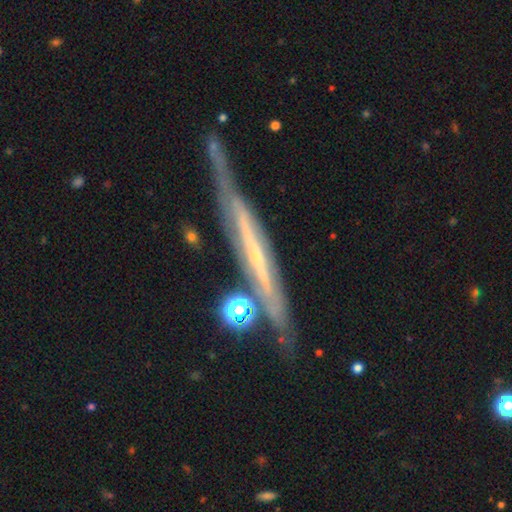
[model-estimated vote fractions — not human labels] Smooth or featured? featured or disk (81%)
Edge-on disk? yes (88%)
Edge-on bulge? none (63%)
Merging? none (66%)